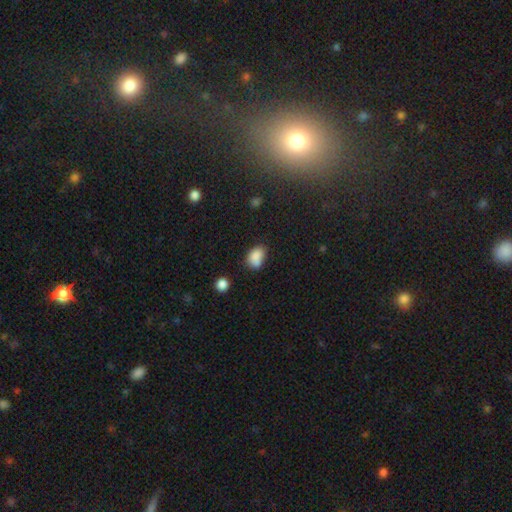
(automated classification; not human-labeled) Smooth or featured? Predicted: smooth (p=0.81). How rounded? Predicted: in between (p=0.80). Merging? Predicted: none (p=0.45).